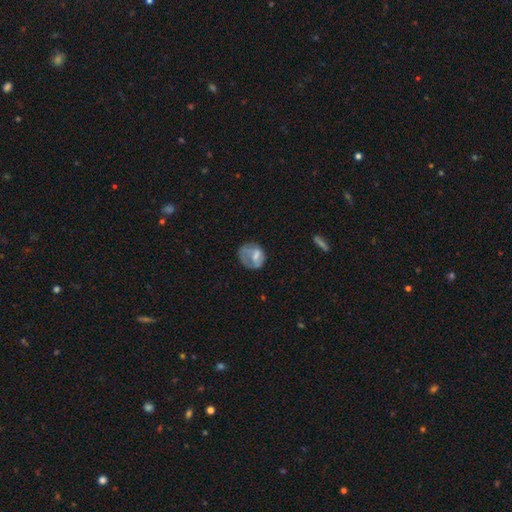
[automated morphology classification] This is possibly a smooth galaxy (55%). How rounded: possibly round (58%). Merging: marginally none (41%).